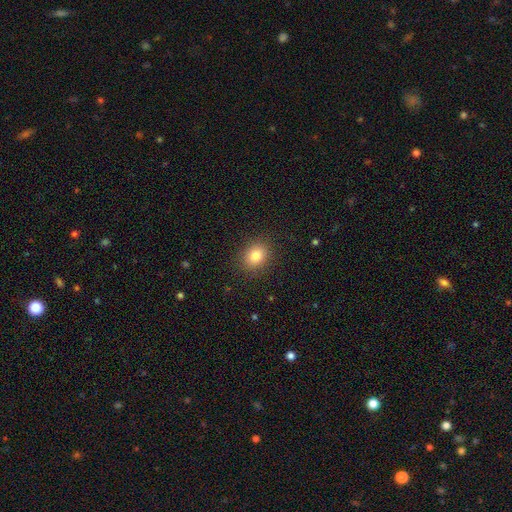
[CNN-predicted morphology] Smooth or featured: smooth — 83% (star or artifact — 11%)
How rounded: round — 53% (in between — 46%)
Merging: none — 88% (minor disturbance — 8%)